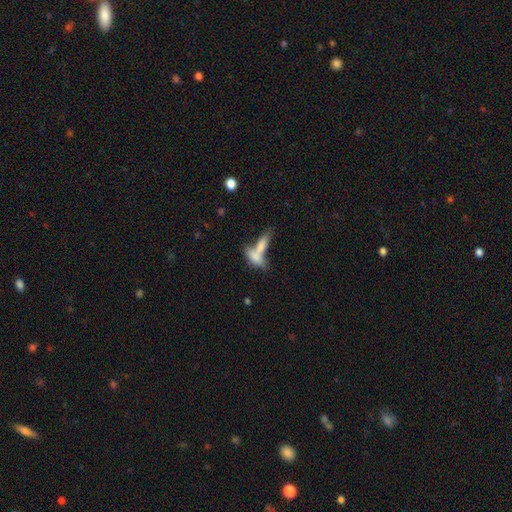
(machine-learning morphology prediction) Smooth or featured? Predicted: smooth (p=0.69). How rounded? Predicted: in between (p=0.58). Merging? Predicted: merger (p=0.63).